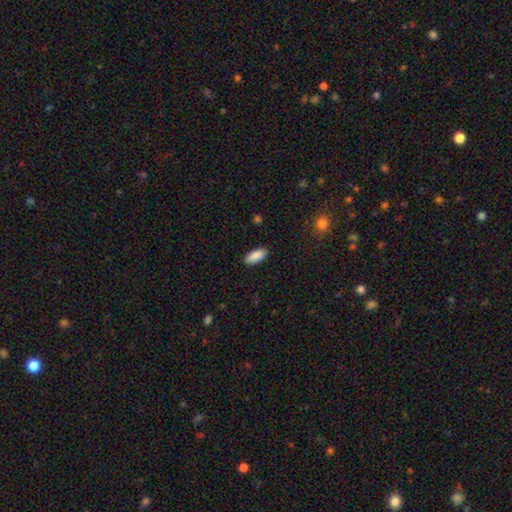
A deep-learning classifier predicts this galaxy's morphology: A smooth galaxy with no disk features (89%) that is in between round and cigar-shaped (86%). Merging: none (89%).